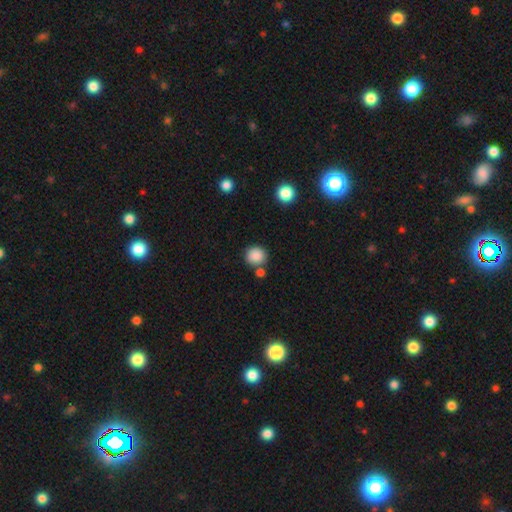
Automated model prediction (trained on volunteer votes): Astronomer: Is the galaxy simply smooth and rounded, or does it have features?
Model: smooth — 87%.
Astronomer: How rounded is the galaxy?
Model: round — 90%.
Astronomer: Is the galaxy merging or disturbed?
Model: none — 74%.